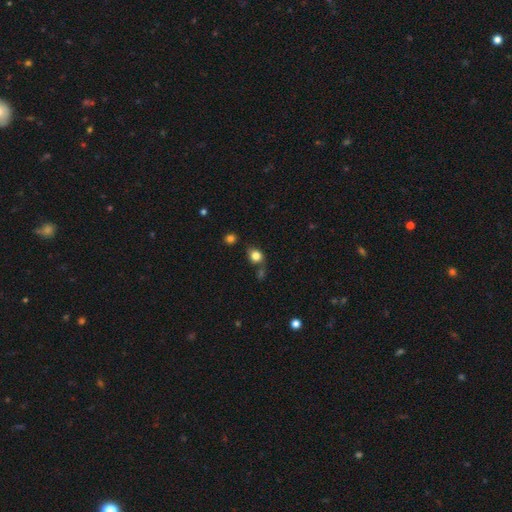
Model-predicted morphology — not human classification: The model was most divided on "how rounded": round: 66%, in between: 32%, cigar-shaped: 1%. More confident: smooth or featured — smooth (80%); merging — none (66%).